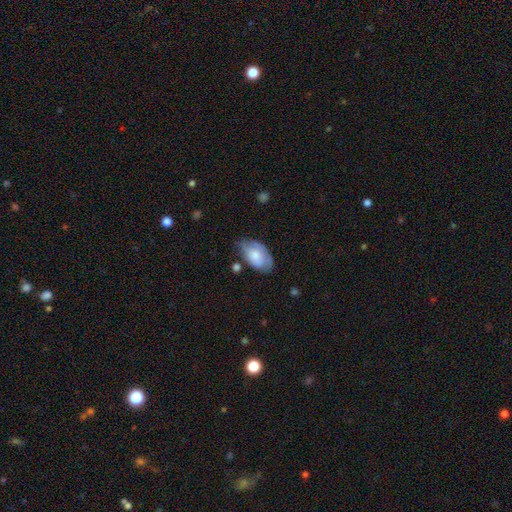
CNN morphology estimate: A smooth galaxy with no disk features (62%) that is in between round and cigar-shaped (93%). Merging: none (55%).